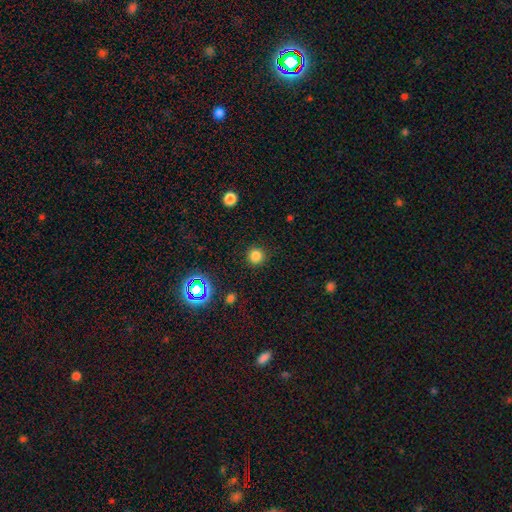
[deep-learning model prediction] smooth-or-featured: smooth: 79% | star or artifact: 17% | featured or disk: 4%
  how-rounded: round: 94% | in between: 5% | cigar-shaped: 1%
  merging: none: 90% | minor disturbance: 7% | major disturbance: 3% | merger: 1%